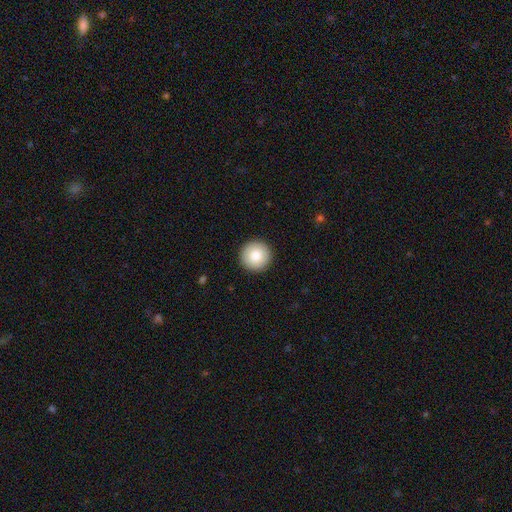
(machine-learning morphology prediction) This is clearly a smooth galaxy (84%). How rounded: clearly round (96%). Merging: clearly none (93%).